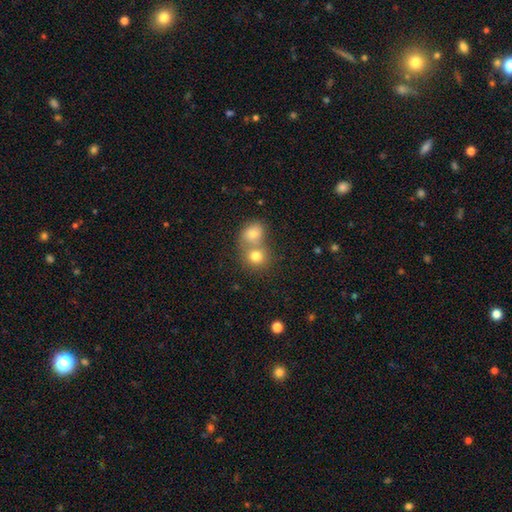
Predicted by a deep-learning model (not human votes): Morphology: type=smooth (78%); roundness=round (77%); merging=merger (56%).